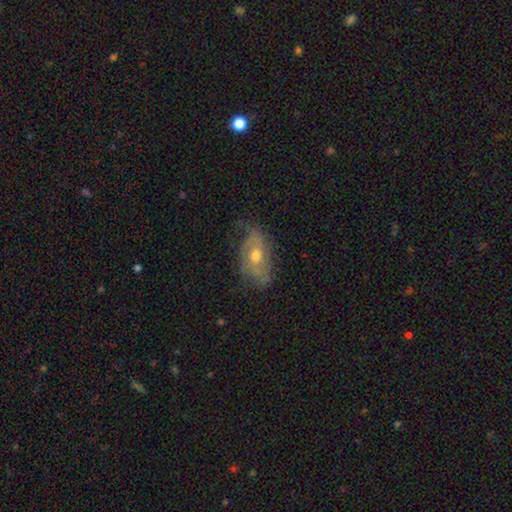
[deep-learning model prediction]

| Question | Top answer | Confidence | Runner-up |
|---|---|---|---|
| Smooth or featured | featured or disk | 59% | smooth (33%) |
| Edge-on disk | no | 90% | yes (10%) |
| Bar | no | 74% | weak (21%) |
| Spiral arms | yes | 69% | no (31%) |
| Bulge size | moderate | 71% | small (24%) |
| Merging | none | 58% | minor disturbance (29%) |